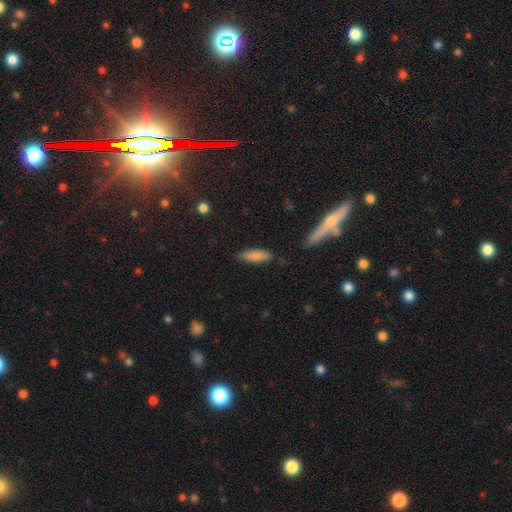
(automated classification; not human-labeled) smooth 85%, featured or disk 9%, star or artifact 6%. Down the decision tree: how rounded — in between (54%); merging — none (80%).